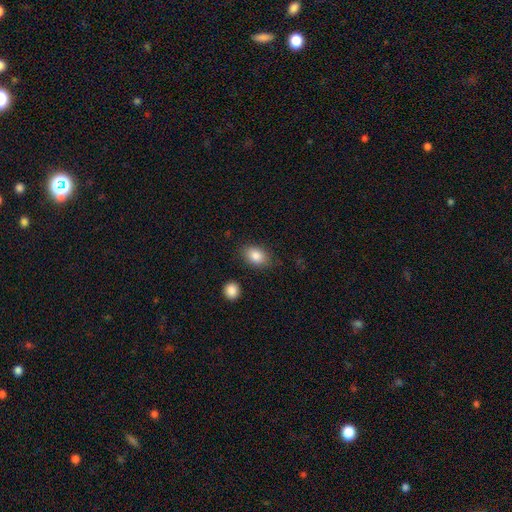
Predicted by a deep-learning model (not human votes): Smooth or featured?
  - smooth: 86% *
  - star or artifact: 8%
  - featured or disk: 7%
How rounded?
  - in between: 84% *
  - round: 15%
  - cigar-shaped: 1%
Merging?
  - none: 81% *
  - minor disturbance: 13%
  - major disturbance: 3%
  - merger: 2%